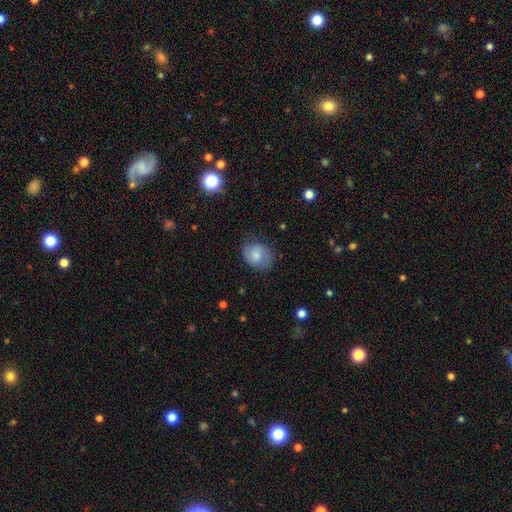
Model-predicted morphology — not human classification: type=smooth (67%); roundness=round (53%); merging=none (74%).